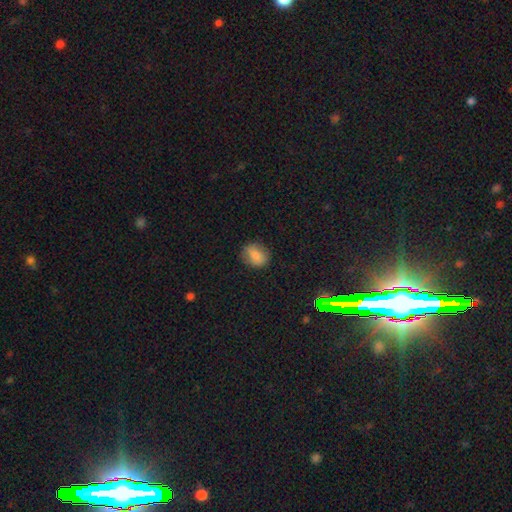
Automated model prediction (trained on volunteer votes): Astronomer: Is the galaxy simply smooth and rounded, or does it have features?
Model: smooth — 81%.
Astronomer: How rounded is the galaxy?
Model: round — 49%, tied with in between at 49%.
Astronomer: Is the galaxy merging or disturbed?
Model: none — 80%.